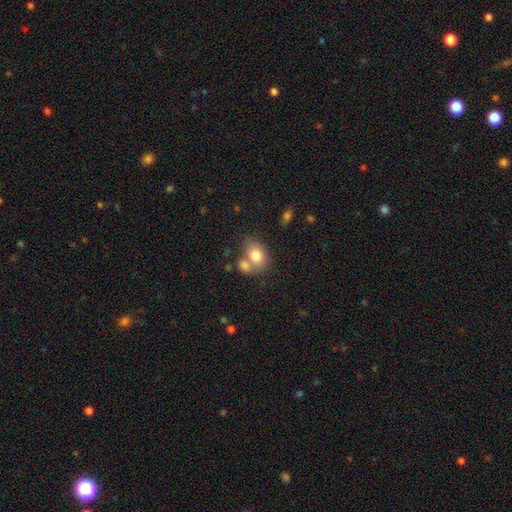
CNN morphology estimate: smooth 79%, featured or disk 13%, star or artifact 8%. Down the decision tree: how rounded — in between (69%); merging — none (42%).